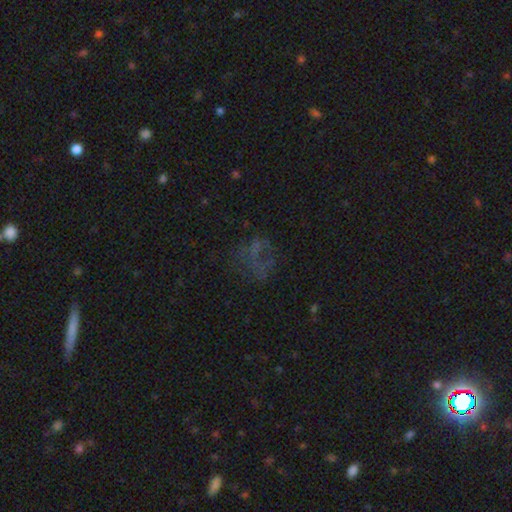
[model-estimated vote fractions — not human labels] The model was most divided on "smooth or featured": star or artifact: 42%, featured or disk: 32%, smooth: 27%.